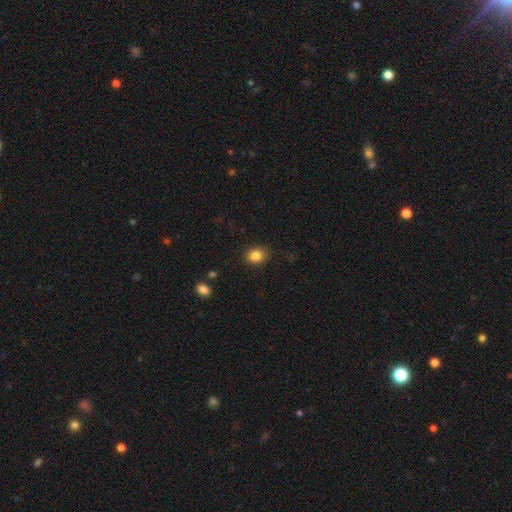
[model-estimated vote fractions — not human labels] smooth_or_featured: smooth (p=0.85) [alt: star or artifact p=0.10]
how_rounded: round (p=0.63) [alt: in between p=0.36]
merging: none (p=0.89) [alt: minor disturbance p=0.08]